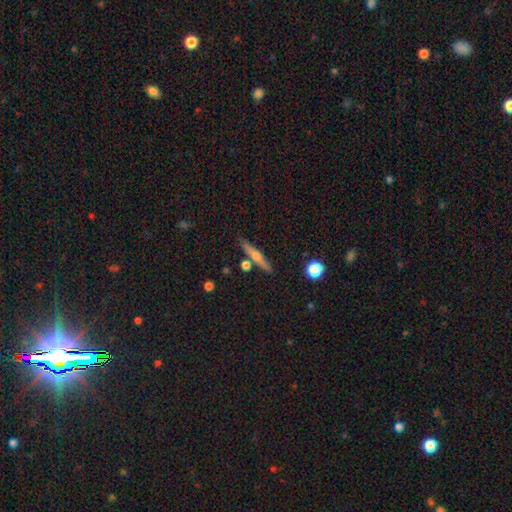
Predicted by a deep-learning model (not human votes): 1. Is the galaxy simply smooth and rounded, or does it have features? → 51% featured or disk, 42% smooth, 7% star or artifact.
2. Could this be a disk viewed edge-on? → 96% yes, 4% no.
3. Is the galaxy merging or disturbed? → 82% none, 9% minor disturbance, 7% merger, 2% major disturbance.